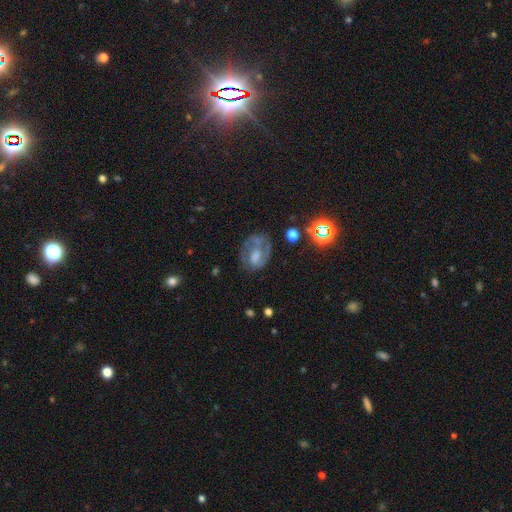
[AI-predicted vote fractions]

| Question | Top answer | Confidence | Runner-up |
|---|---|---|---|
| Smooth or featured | featured or disk | 61% | smooth (21%) |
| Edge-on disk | no | 97% | yes (3%) |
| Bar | no | 47% | weak (40%) |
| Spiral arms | yes | 78% | no (22%) |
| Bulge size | moderate | 42% | small (29%) |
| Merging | none | 61% | minor disturbance (21%) |